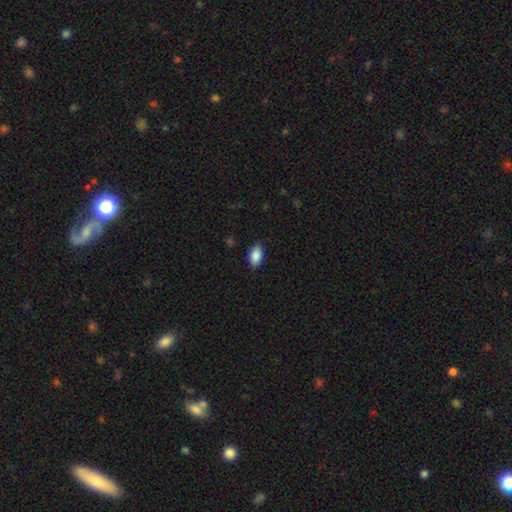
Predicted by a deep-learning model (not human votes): The model was most divided on "merging": none: 85%, minor disturbance: 12%, major disturbance: 2%, merger: 1%. More confident: how rounded — in between (92%); smooth or featured — smooth (89%).